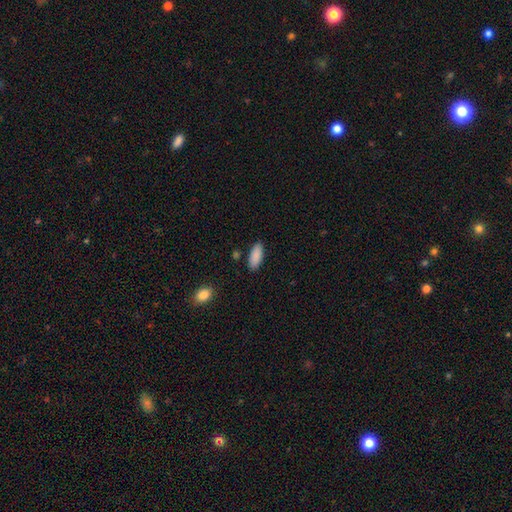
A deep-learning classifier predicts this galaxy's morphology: smooth-or-featured: smooth: 89% | star or artifact: 6% | featured or disk: 4%
  how-rounded: in between: 78% | cigar-shaped: 20% | round: 2%
  merging: none: 85% | minor disturbance: 10% | merger: 3% | major disturbance: 2%